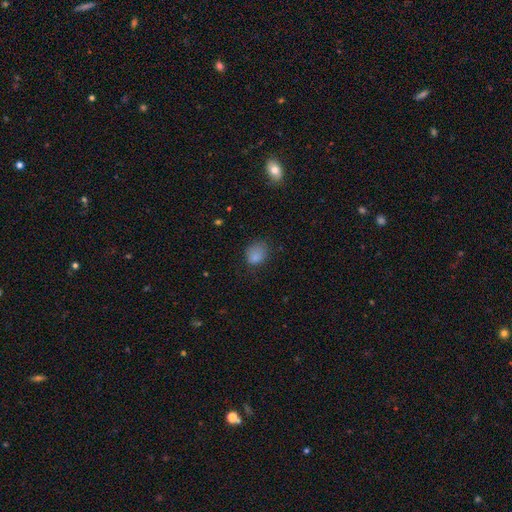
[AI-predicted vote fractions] Q: Smooth or featured?
A: smooth (81%); runner-up: star or artifact (13%)
Q: How rounded?
A: round (52%); runner-up: in between (47%)
Q: Merging?
A: none (54%); runner-up: minor disturbance (30%)